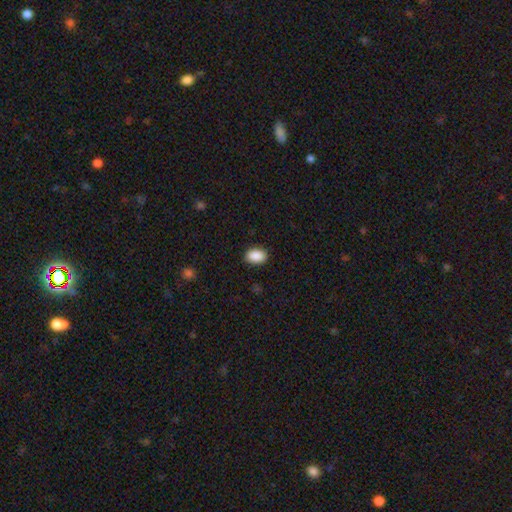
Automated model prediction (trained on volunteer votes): Smooth or featured? Predicted: smooth (p=0.89). How rounded? Predicted: in between (p=0.84). Merging? Predicted: none (p=0.89).